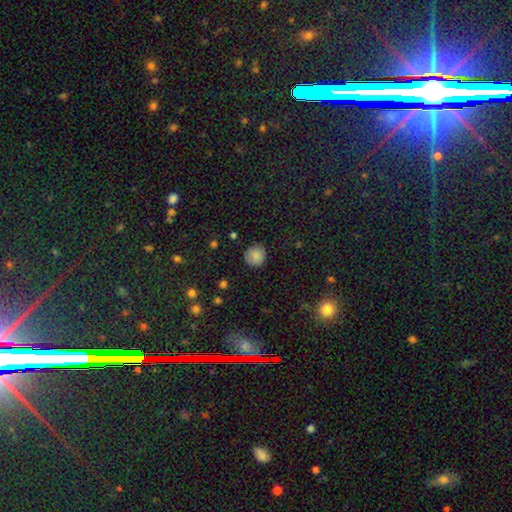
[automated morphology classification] smooth-or-featured: smooth: 83% | star or artifact: 10% | featured or disk: 7%
  how-rounded: round: 90% | in between: 9% | cigar-shaped: 1%
  merging: none: 83% | minor disturbance: 12% | major disturbance: 3% | merger: 1%